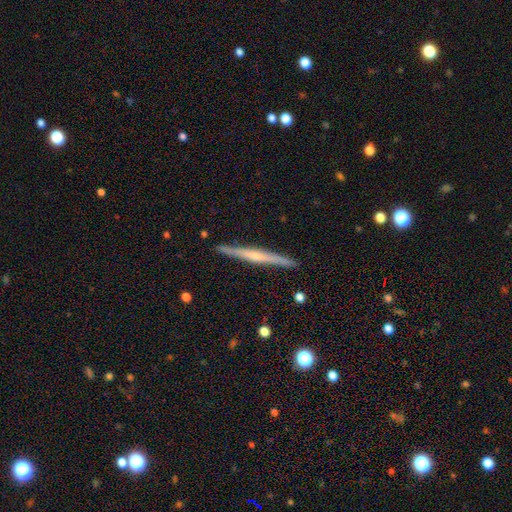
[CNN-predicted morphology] A featured or disk galaxy (68%) viewed edge-on (98%) with a rounded central bulge (49%). Merging: none (91%).